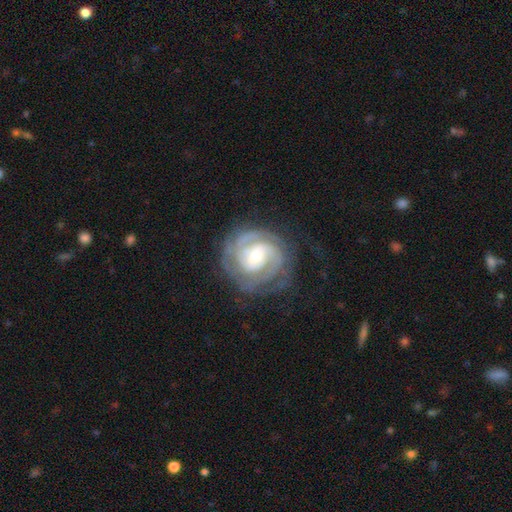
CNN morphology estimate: smooth-or-featured: featured or disk: 87% | smooth: 8% | star or artifact: 5%
  disk-edge-on: no: 98% | yes: 2%
    bar: no: 46% | weak: 40% | strong: 14%
    has-spiral-arms: yes: 97% | no: 3%
      spiral-winding: tight: 71% | medium: 24% | loose: 5%
      spiral-arm-count: 2: 39% | can't tell: 23% | 3: 21% | 4: 7% | 1: 5% | more than 4: 5%
    bulge-size: moderate: 52% | small: 39% | large: 6% | none: 1% | dominant: 1%
  merging: none: 73% | minor disturbance: 17% | major disturbance: 9% | merger: 1%